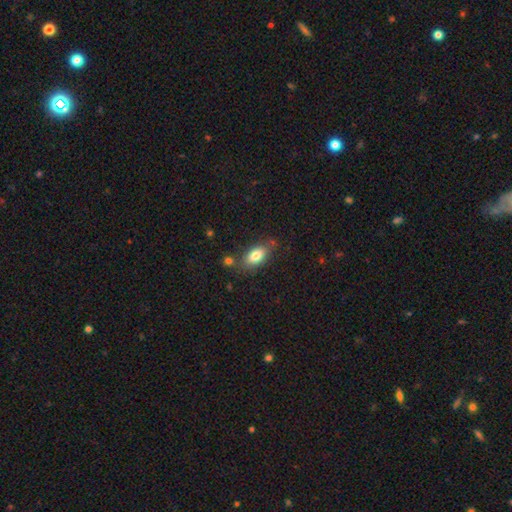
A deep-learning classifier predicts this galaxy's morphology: This is clearly a smooth galaxy (80%). How rounded: clearly in between (89%). Merging: likely none (71%).